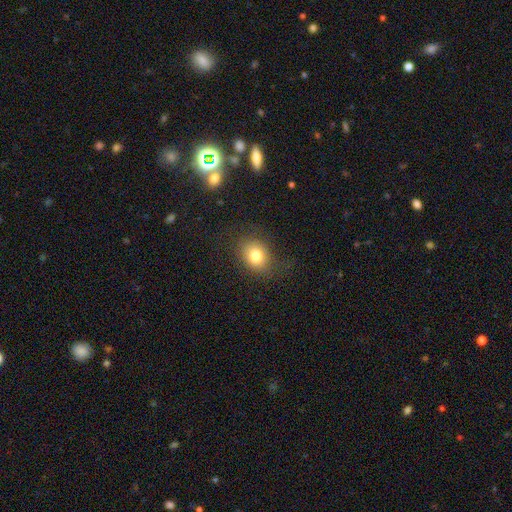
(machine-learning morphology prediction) Smooth or featured?
  - smooth: 79% *
  - star or artifact: 11%
  - featured or disk: 10%
How rounded?
  - round: 55% *
  - in between: 44%
  - cigar-shaped: 1%
Merging?
  - none: 76% *
  - minor disturbance: 15%
  - major disturbance: 8%
  - merger: 1%